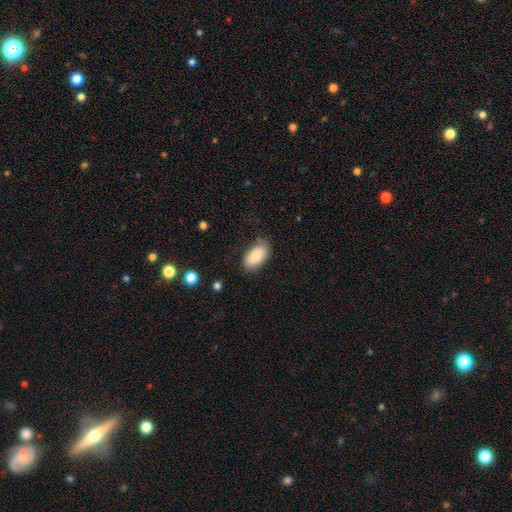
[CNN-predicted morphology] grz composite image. It shows a smooth galaxy with no disk features (84%) that is in between round and cigar-shaped (94%). Merging: none (75%).